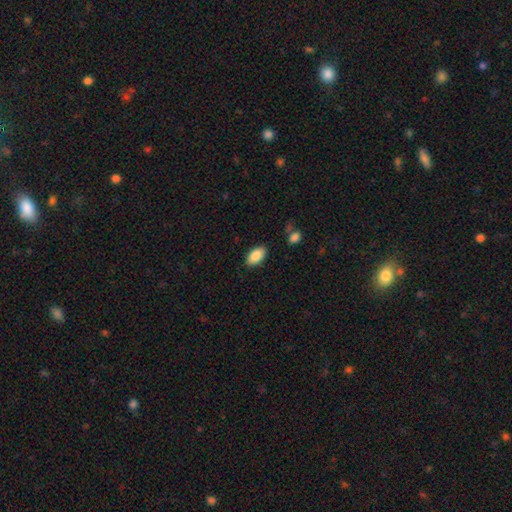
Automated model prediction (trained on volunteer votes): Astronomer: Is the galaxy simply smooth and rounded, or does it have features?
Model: smooth — 86%.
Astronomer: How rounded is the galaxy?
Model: in between — 94%.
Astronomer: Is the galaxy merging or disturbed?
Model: none — 86%.